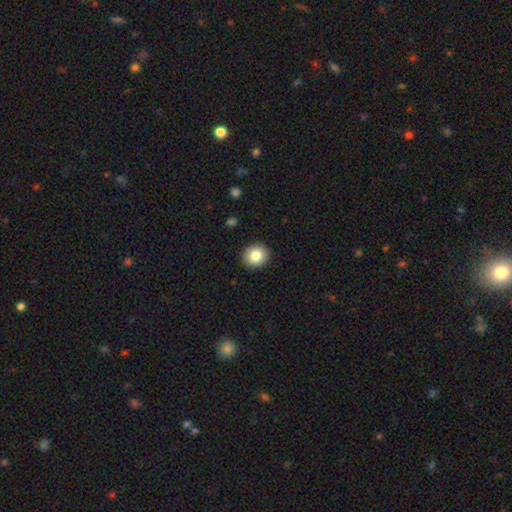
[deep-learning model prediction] Morphology: type=smooth (83%); roundness=round (82%); merging=none (92%).